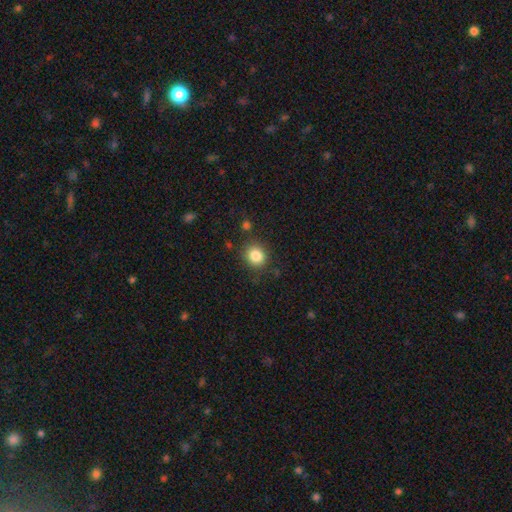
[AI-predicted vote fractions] smooth_or_featured: smooth (p=0.84) [alt: star or artifact p=0.10]
how_rounded: round (p=0.79) [alt: in between p=0.20]
merging: none (p=0.83) [alt: minor disturbance p=0.10]